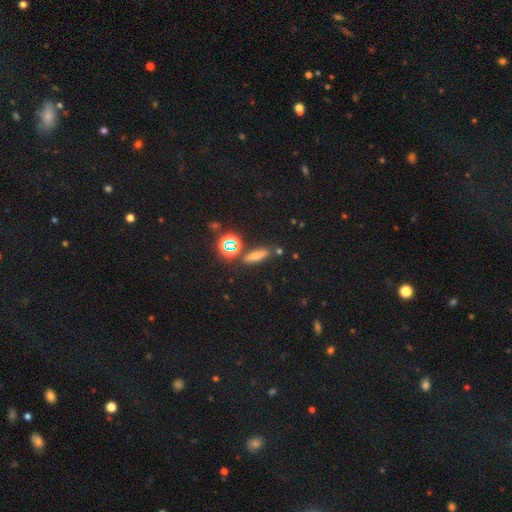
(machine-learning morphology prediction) Smooth or featured: smooth — 59% (star or artifact — 24%)
How rounded: cigar-shaped — 62% (in between — 28%)
Merging: none — 80% (minor disturbance — 10%)